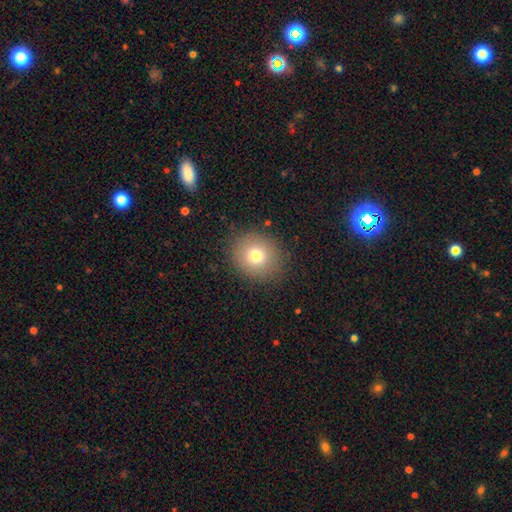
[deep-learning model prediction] This appears to be a smooth galaxy with no disk features (75%) that is round (79%). Merging: none (87%).